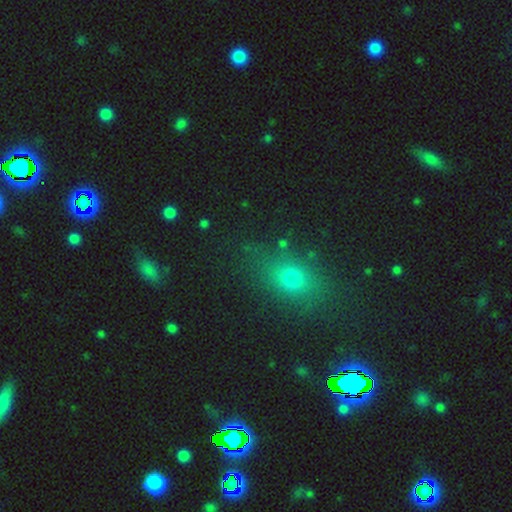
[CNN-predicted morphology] The model was most divided on "how rounded": in between: 48%, round: 47%, cigar-shaped: 5%. More confident: merging — none (83%); smooth or featured — smooth (51%).